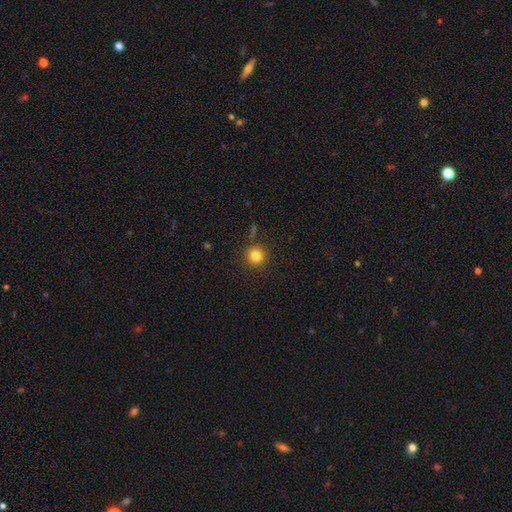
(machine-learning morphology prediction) Smooth or featured: smooth — 81% (star or artifact — 13%)
How rounded: round — 94% (in between — 5%)
Merging: none — 88% (minor disturbance — 7%)